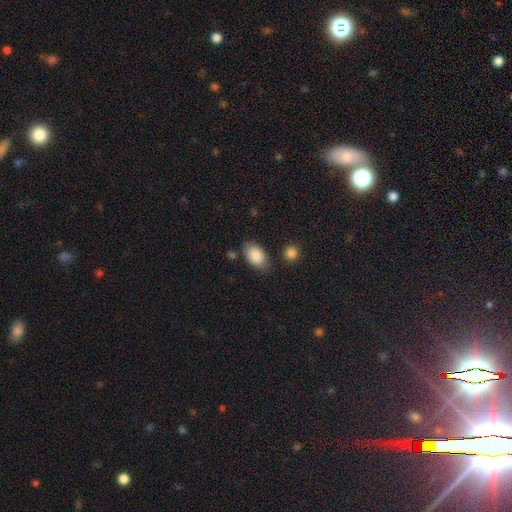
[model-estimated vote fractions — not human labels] Smooth or featured? smooth (88%)
How rounded? in between (91%)
Merging? none (74%)